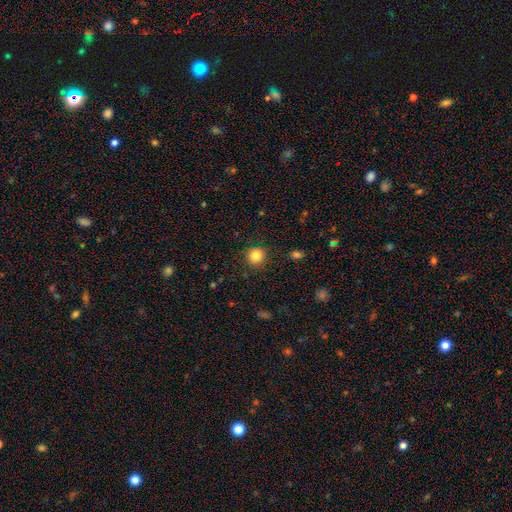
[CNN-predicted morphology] smooth_or_featured: smooth (p=0.84) [alt: star or artifact p=0.11]
how_rounded: round (p=0.93) [alt: in between p=0.06]
merging: none (p=0.90) [alt: minor disturbance p=0.07]